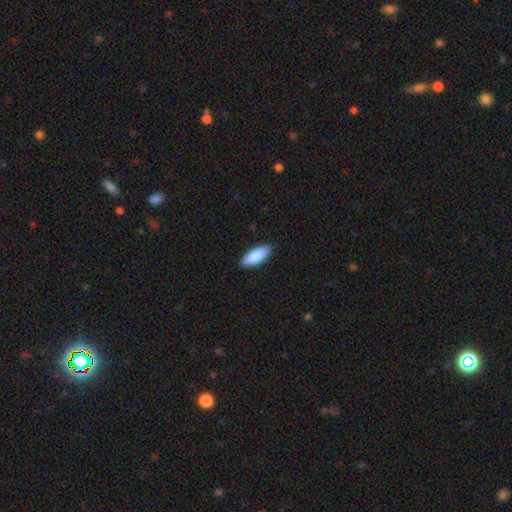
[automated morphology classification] A smooth galaxy with no disk features (88%) that is in between round and cigar-shaped (76%). Merging: none (87%).